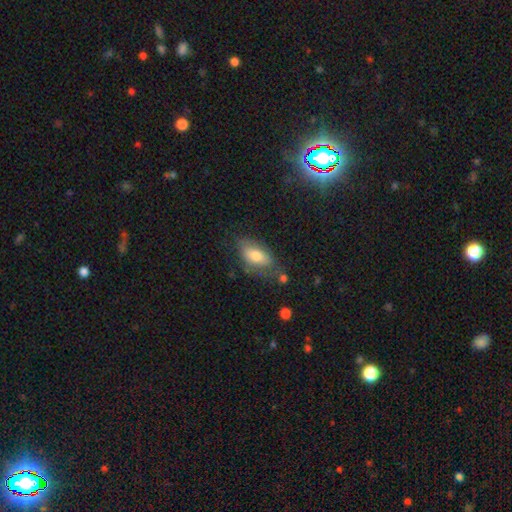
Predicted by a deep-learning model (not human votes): A smooth galaxy with no disk features (71%) that is in between round and cigar-shaped (89%).

Vote fractions:
- Smooth or featured? smooth: 71% / featured or disk: 22% / star or artifact: 7%
- How rounded? in between: 89% / cigar-shaped: 7% / round: 4%
- Merging? none: 59% / minor disturbance: 26% / major disturbance: 10% / merger: 5%